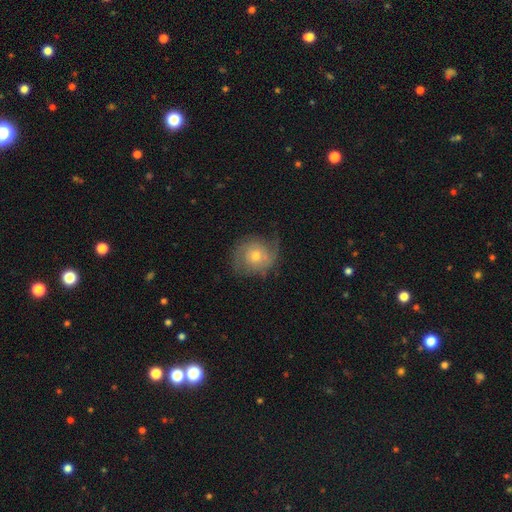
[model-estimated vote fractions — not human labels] featured or disk 61%, smooth 32%, star or artifact 8%. Down the decision tree: edge-on disk — no (97%); bar — no (78%); spiral arms — yes (85%); spiral arm count — 2 (66%); spiral winding — medium (39%); bulge size — moderate (57%); merging — none (60%).